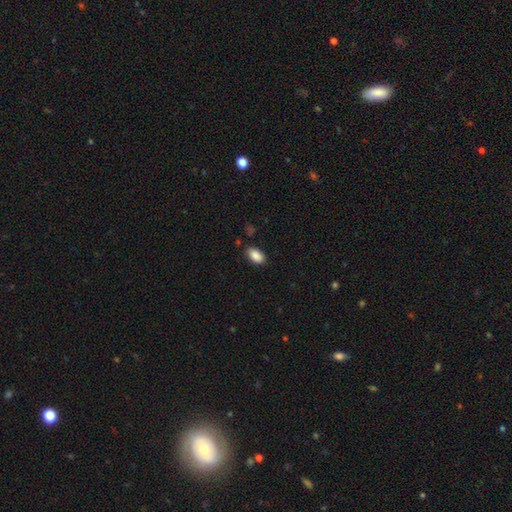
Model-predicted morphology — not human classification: Smooth or featured? Predicted: smooth (p=0.89). How rounded? Predicted: in between (p=0.93). Merging? Predicted: none (p=0.82).